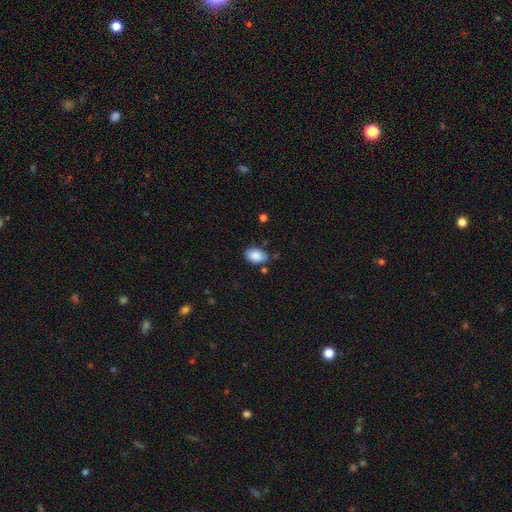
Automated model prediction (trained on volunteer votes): The model was most divided on "merging": none: 71%, minor disturbance: 21%, merger: 4%, major disturbance: 4%. More confident: how rounded — in between (88%); smooth or featured — smooth (87%).